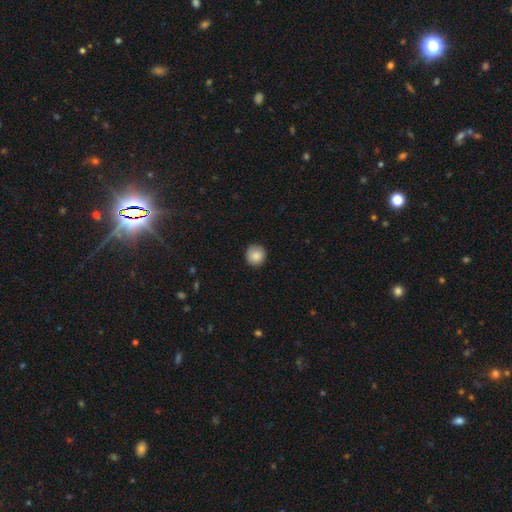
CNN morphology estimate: Overall: smooth (87%). How rounded: round (94%). Merging: none (90%).